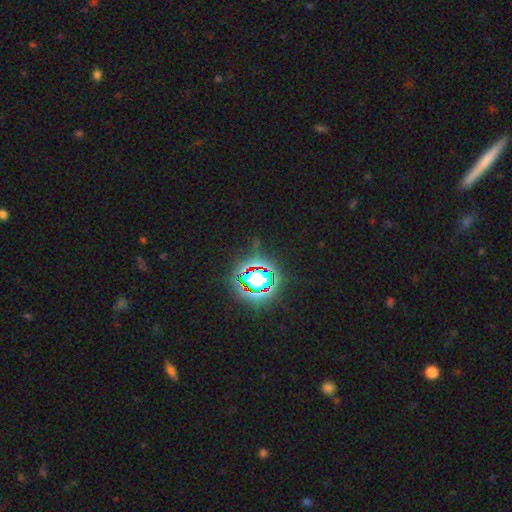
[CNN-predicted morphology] The model was most divided on "smooth or featured": star or artifact: 76%, smooth: 15%, featured or disk: 9%.